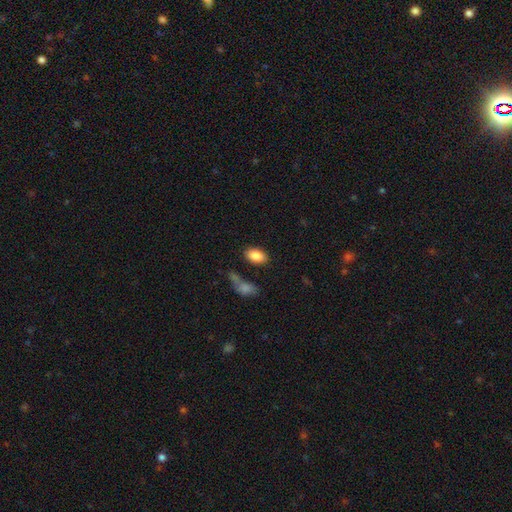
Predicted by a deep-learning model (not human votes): Morphology: type=smooth (86%); roundness=in between (90%); merging=none (76%).